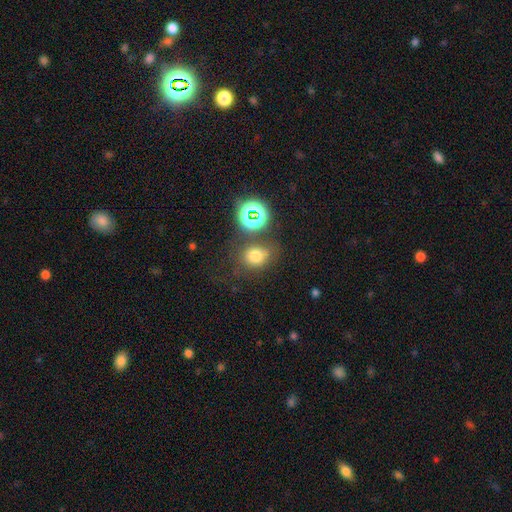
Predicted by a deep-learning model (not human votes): Overall: smooth (71%). How rounded: round (61%; in between 38%). Merging: none (64%).